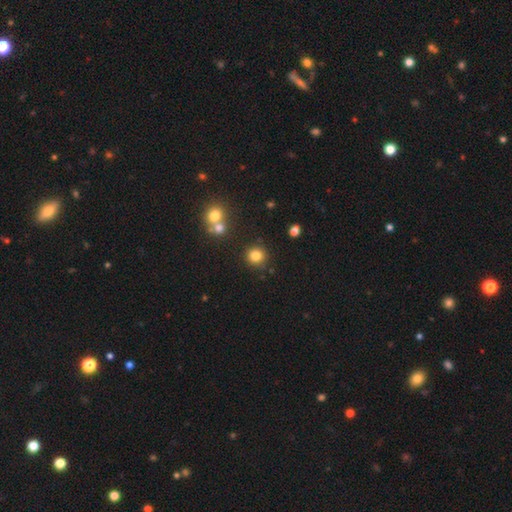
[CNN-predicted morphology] Smooth or featured? smooth (82%)
How rounded? round (91%)
Merging? none (83%)